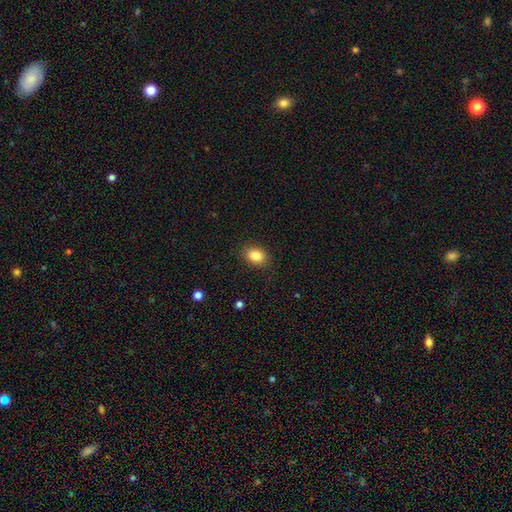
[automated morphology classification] Smooth or featured: smooth — 86% (star or artifact — 9%)
How rounded: in between — 68% (round — 31%)
Merging: none — 86% (minor disturbance — 10%)